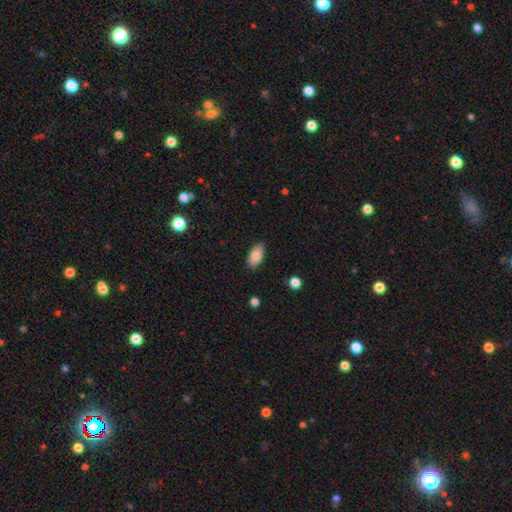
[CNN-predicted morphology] A smooth galaxy with no disk features (82%) that is in between round and cigar-shaped (93%).

Vote fractions:
- Smooth or featured? smooth: 82% / featured or disk: 10% / star or artifact: 7%
- How rounded? in between: 93% / cigar-shaped: 4% / round: 3%
- Merging? none: 87% / minor disturbance: 10% / major disturbance: 2% / merger: 1%